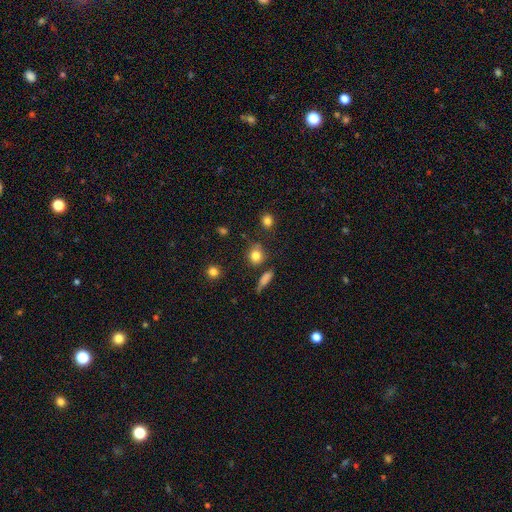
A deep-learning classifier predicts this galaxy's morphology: smooth 81%, star or artifact 12%, featured or disk 7%. Down the decision tree: how rounded — round (77%); merging — none (74%).